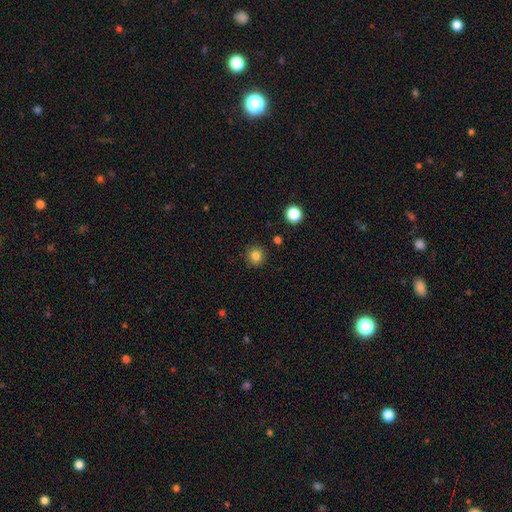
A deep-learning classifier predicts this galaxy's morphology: A smooth galaxy with no disk features (82%) that is round (91%). Merging: none (89%).